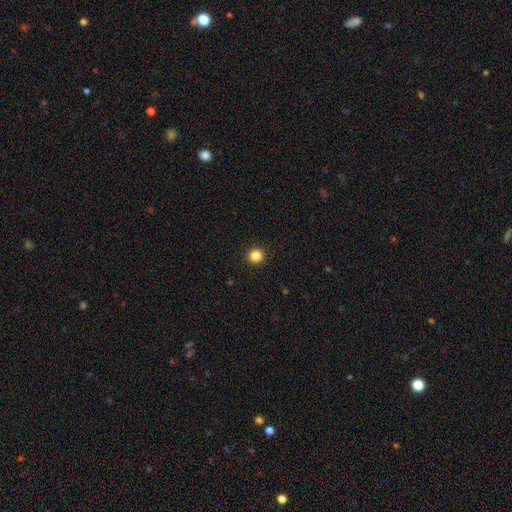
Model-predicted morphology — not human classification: Q: Smooth or featured?
A: smooth (84%); runner-up: star or artifact (12%)
Q: How rounded?
A: round (93%); runner-up: in between (6%)
Q: Merging?
A: none (93%); runner-up: minor disturbance (4%)